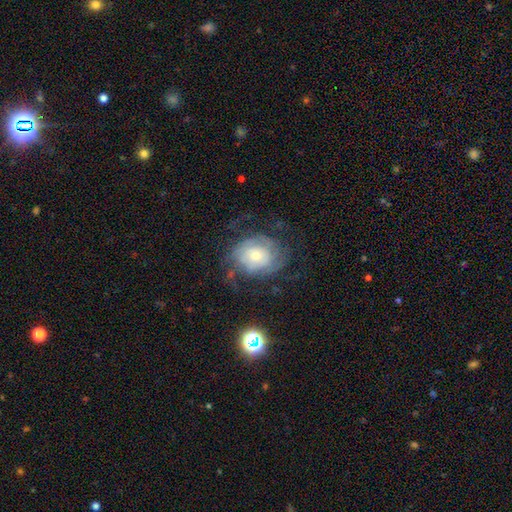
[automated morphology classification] type=featured or disk (65%); edge-on=no (97%); bar=no (79%); spiral arms=yes (77%); bulge=small (45%); merging=none (54%).